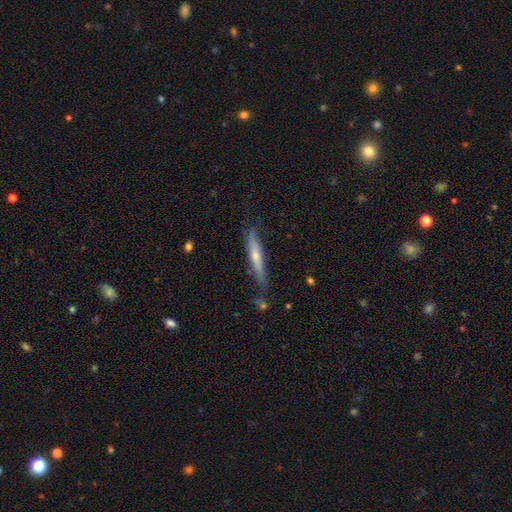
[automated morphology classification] The model was most divided on "smooth or featured": featured or disk: 49%, smooth: 45%, star or artifact: 6%. More confident: merging — none (74%).